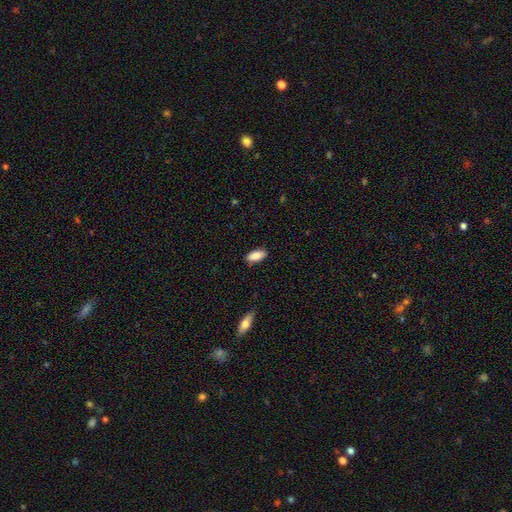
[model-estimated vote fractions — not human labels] Smooth or featured: smooth — 87% (star or artifact — 7%)
How rounded: in between — 88% (cigar-shaped — 10%)
Merging: none — 85% (minor disturbance — 12%)